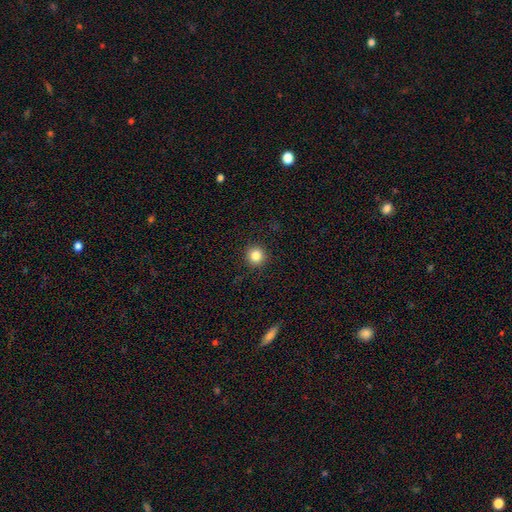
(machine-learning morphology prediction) Smooth or featured? Predicted: smooth (p=0.84). How rounded? Predicted: round (p=0.95). Merging? Predicted: none (p=0.92).